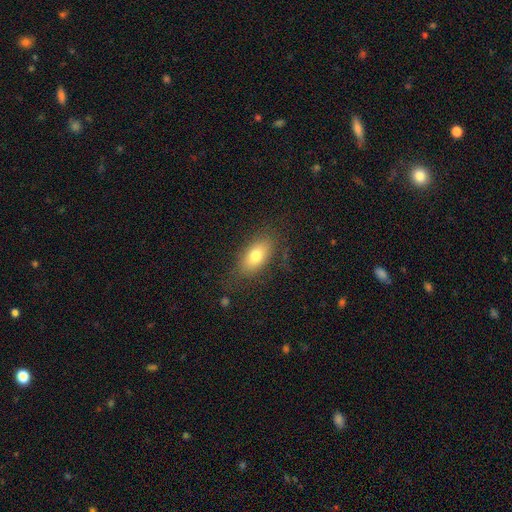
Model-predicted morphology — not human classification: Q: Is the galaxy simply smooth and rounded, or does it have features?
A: smooth — 75%.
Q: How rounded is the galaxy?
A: in between — 88%.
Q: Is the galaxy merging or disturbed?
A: none — 77%.